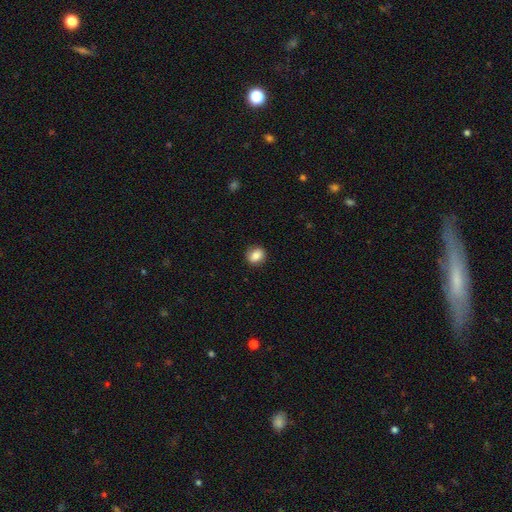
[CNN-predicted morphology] This appears to be a smooth galaxy with no disk features (84%) that is round (62%). Merging: none (88%).